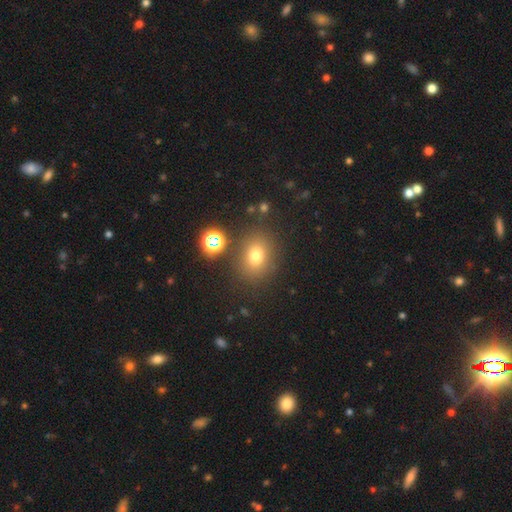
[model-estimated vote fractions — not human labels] Overall: smooth (73%). How rounded: round (50%; in between 49%). Merging: none (80%).